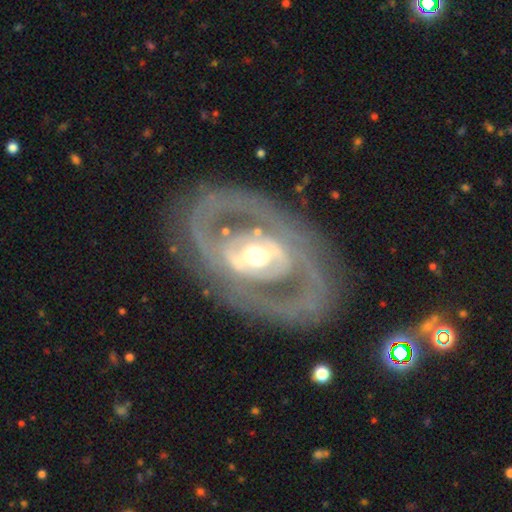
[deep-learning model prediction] smooth_or_featured: featured or disk (p=0.85) [alt: smooth p=0.10]
disk_edge_on: no (p=0.94) [alt: yes p=0.06]
bar: strong (p=0.38) [alt: weak p=0.34]
has_spiral_arms: yes (p=0.67) [alt: no p=0.33]
spiral_winding: tight (p=0.46) [alt: medium p=0.37]
spiral_arm_count: 2 (p=0.68) [alt: can't tell p=0.17]
bulge_size: moderate (p=0.69) [alt: large p=0.15]
merging: none (p=0.76) [alt: minor disturbance p=0.13]